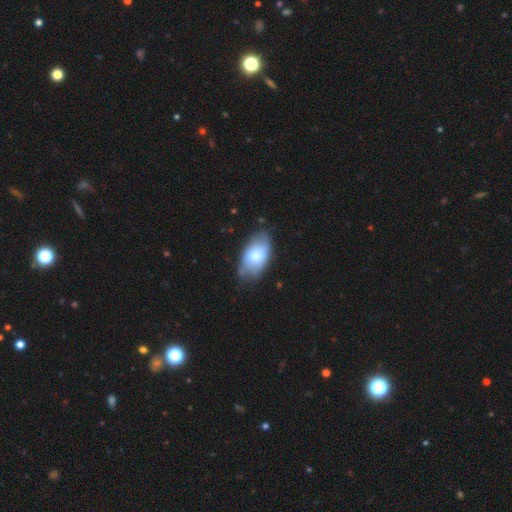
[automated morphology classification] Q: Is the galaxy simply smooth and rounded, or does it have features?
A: smooth — 68%.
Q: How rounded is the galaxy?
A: in between — 93%.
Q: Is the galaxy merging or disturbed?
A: none — 62%.